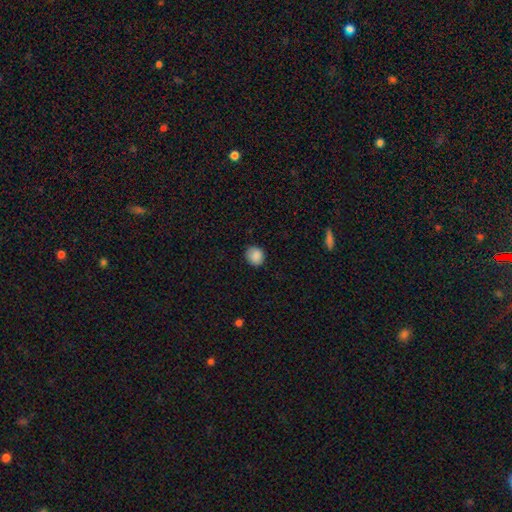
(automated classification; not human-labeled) Overall: smooth (88%). How rounded: round (81%). Merging: none (85%).